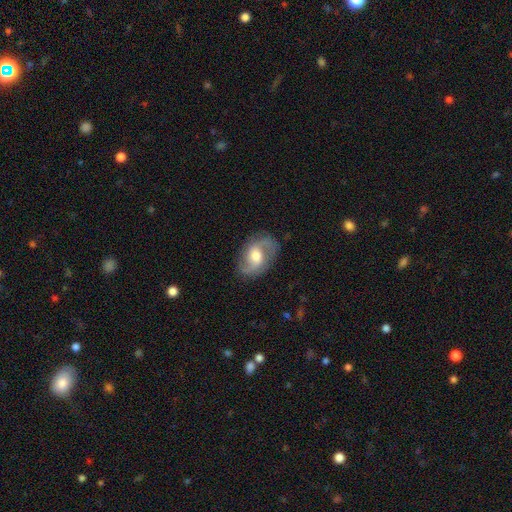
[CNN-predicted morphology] A featured or disk galaxy (79%) with a weak bar (47%), 2 (90%) medium (46%) spiral arms (94%) and a moderate central bulge (66%). Merging: none (78%).